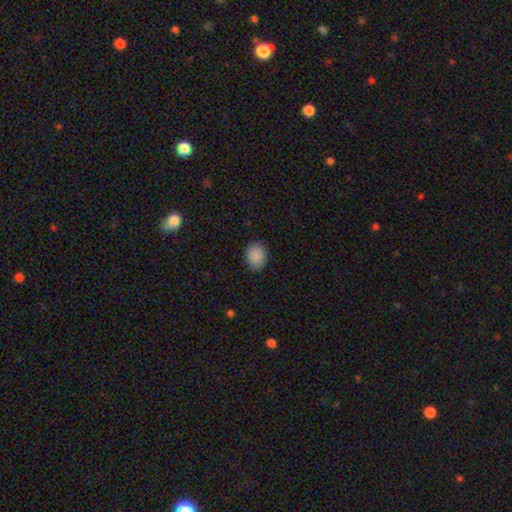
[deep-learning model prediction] This appears to be a smooth galaxy with no disk features (89%) that is in between round and cigar-shaped (52%). Merging: none (87%).